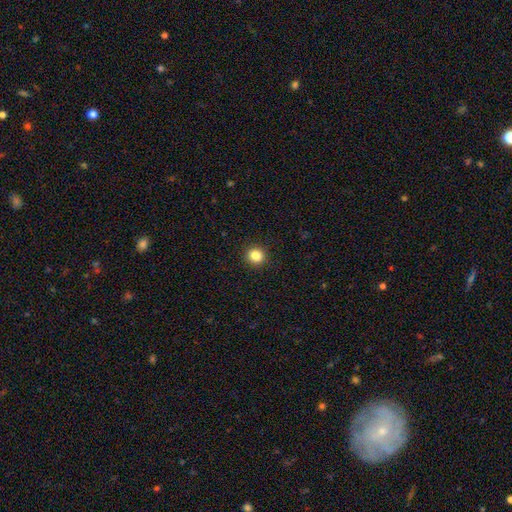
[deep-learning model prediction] Q: Smooth or featured?
A: smooth (84%); runner-up: star or artifact (11%)
Q: How rounded?
A: round (87%); runner-up: in between (12%)
Q: Merging?
A: none (93%); runner-up: minor disturbance (5%)